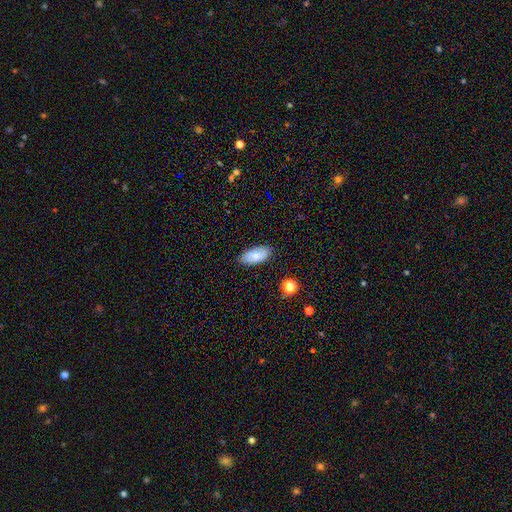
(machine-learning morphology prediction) Smooth or featured?
  - smooth: 75% *
  - featured or disk: 17%
  - star or artifact: 8%
How rounded?
  - in between: 91% *
  - cigar-shaped: 6%
  - round: 3%
Merging?
  - none: 85% *
  - minor disturbance: 11%
  - major disturbance: 2%
  - merger: 1%